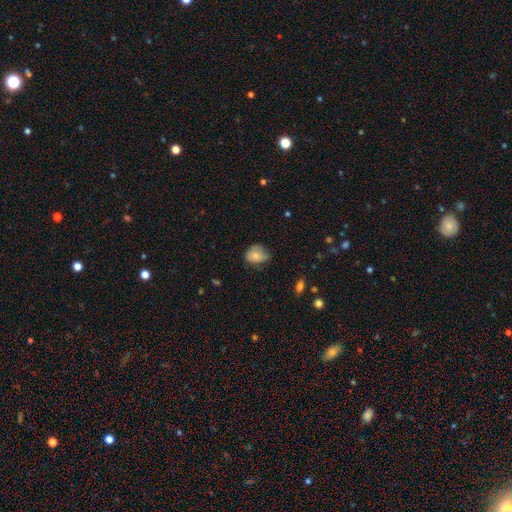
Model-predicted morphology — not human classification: This appears to be a smooth galaxy with no disk features (74%) that is in between round and cigar-shaped (57%). Merging: none (44%).